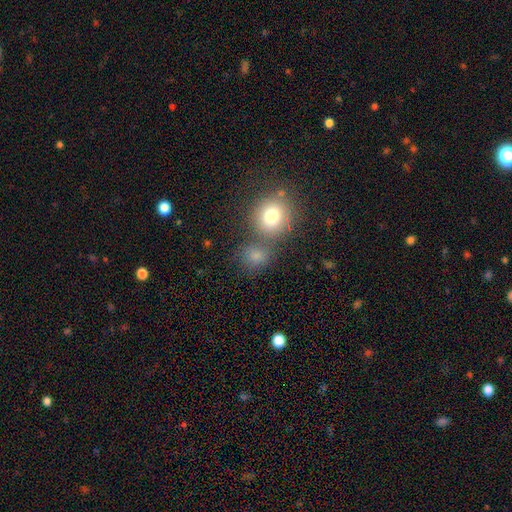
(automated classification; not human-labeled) Morphology: type=smooth (78%); roundness=round (79%); merging=none (55%).